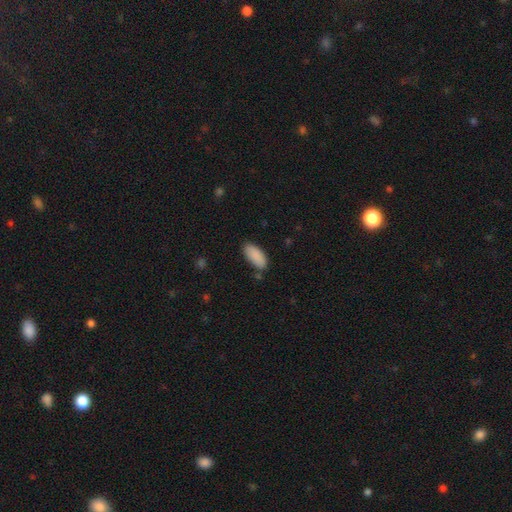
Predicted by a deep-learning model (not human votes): Q: Smooth or featured?
A: smooth (89%); runner-up: star or artifact (6%)
Q: How rounded?
A: in between (89%); runner-up: cigar-shaped (10%)
Q: Merging?
A: none (80%); runner-up: minor disturbance (14%)